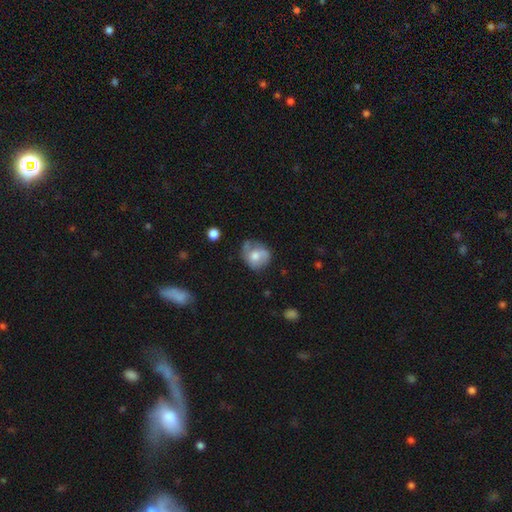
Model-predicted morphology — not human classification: Overall: smooth (56%; featured or disk 36%). How rounded: round (69%; in between 30%). Merging: none (46%; minor disturbance 32%).